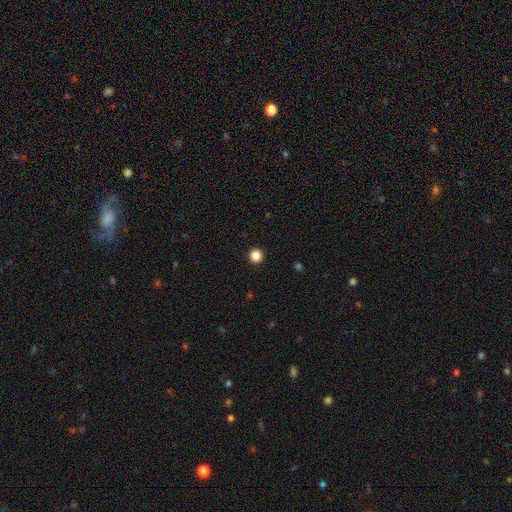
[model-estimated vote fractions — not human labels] smooth_or_featured: smooth (p=0.86) [alt: star or artifact p=0.11]
how_rounded: round (p=0.93) [alt: in between p=0.06]
merging: none (p=0.93) [alt: minor disturbance p=0.04]